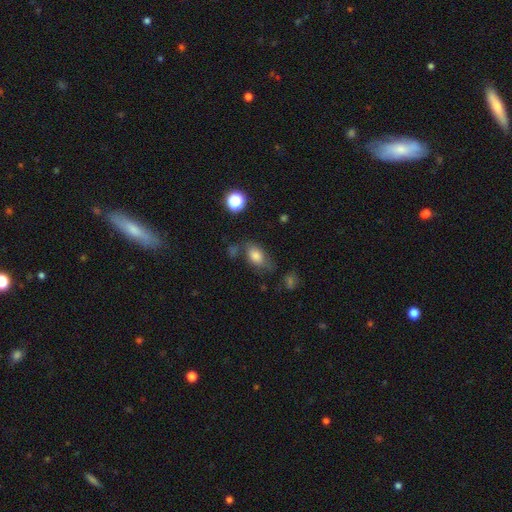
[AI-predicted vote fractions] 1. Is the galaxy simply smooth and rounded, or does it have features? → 78% smooth, 12% featured or disk, 10% star or artifact.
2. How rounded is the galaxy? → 86% in between, 11% round, 2% cigar-shaped.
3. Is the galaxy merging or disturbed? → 59% none, 23% minor disturbance, 10% major disturbance, 8% merger.